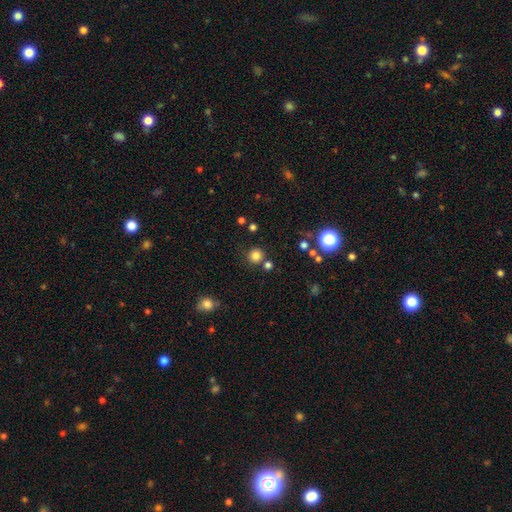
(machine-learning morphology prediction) Smooth or featured? smooth (80%)
How rounded? round (94%)
Merging? none (81%)